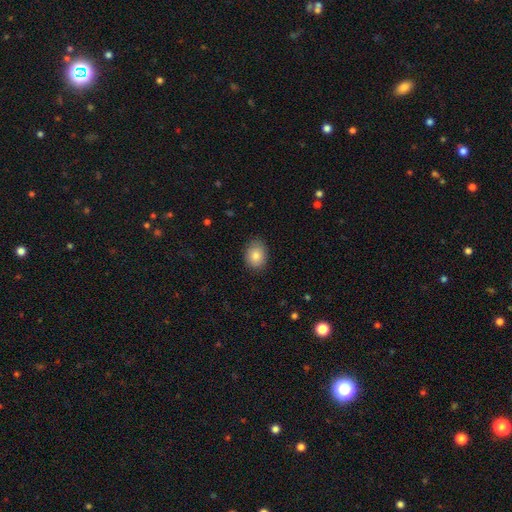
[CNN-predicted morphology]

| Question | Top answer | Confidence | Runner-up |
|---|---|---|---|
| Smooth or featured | smooth | 83% | star or artifact (8%) |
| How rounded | in between | 60% | round (39%) |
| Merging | none | 84% | minor disturbance (13%) |